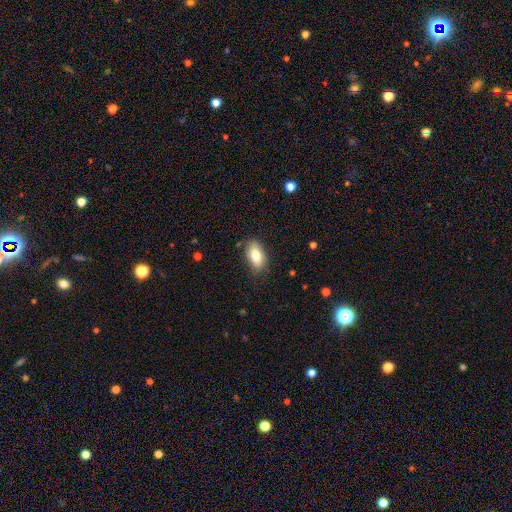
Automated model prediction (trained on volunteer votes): Smooth or featured: smooth — 80% (featured or disk — 13%)
How rounded: in between — 90% (cigar-shaped — 6%)
Merging: none — 78% (minor disturbance — 17%)